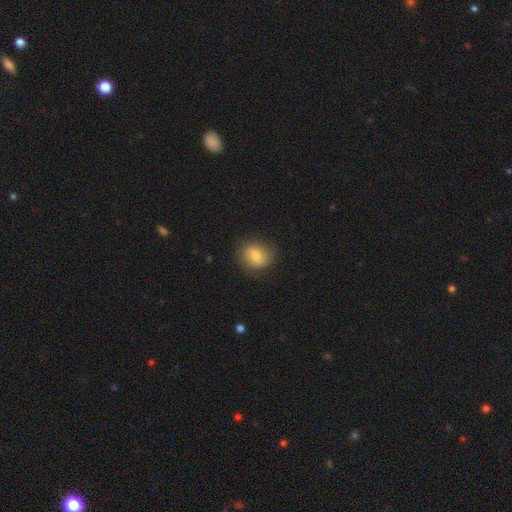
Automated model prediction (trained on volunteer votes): Smooth or featured? smooth (69%)
How rounded? round (62%)
Merging? none (76%)